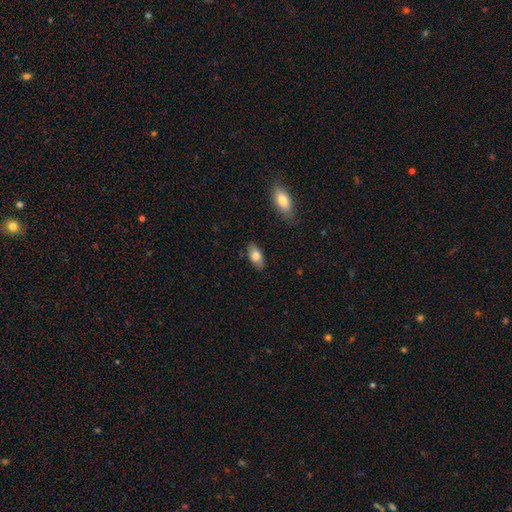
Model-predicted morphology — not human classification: A smooth galaxy with no disk features (76%) that is in between round and cigar-shaped (88%). Merging: none (84%).